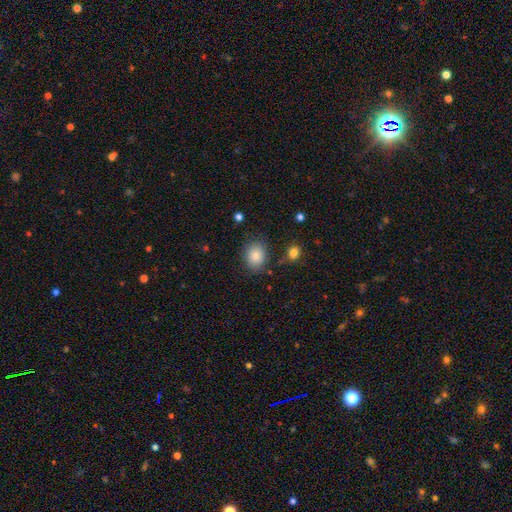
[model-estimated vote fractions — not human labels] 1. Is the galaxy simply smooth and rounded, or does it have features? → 84% smooth, 9% star or artifact, 7% featured or disk.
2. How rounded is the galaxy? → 57% round, 42% in between, 1% cigar-shaped.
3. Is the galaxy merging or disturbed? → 80% none, 13% minor disturbance, 4% major disturbance, 3% merger.